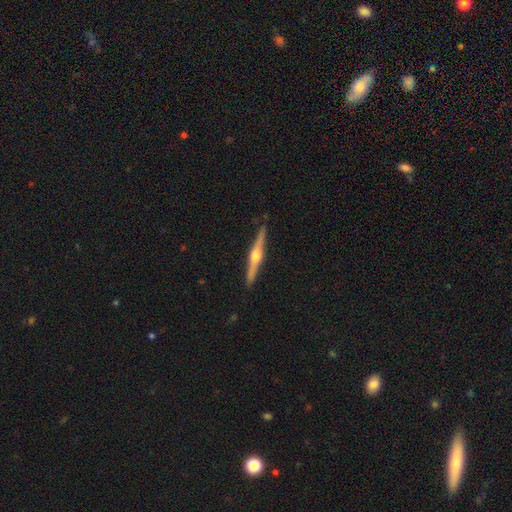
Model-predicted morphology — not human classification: featured or disk 78%, smooth 17%, star or artifact 5%. Down the decision tree: edge-on disk — yes (98%); edge-on bulge — rounded (95%); merging — none (91%).